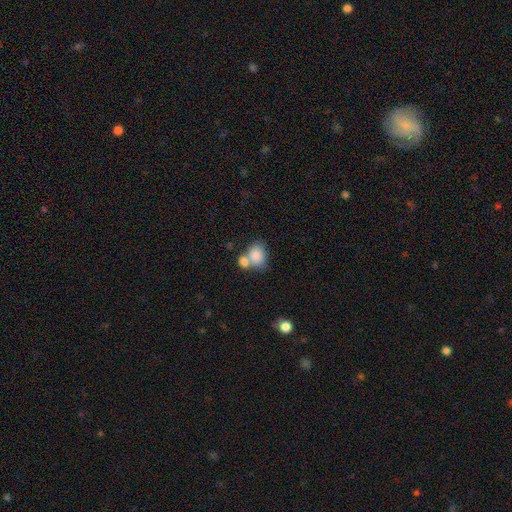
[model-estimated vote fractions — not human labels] Smooth or featured: smooth — 83% (featured or disk — 9%)
How rounded: in between — 61% (round — 38%)
Merging: merger — 50% (none — 34%)